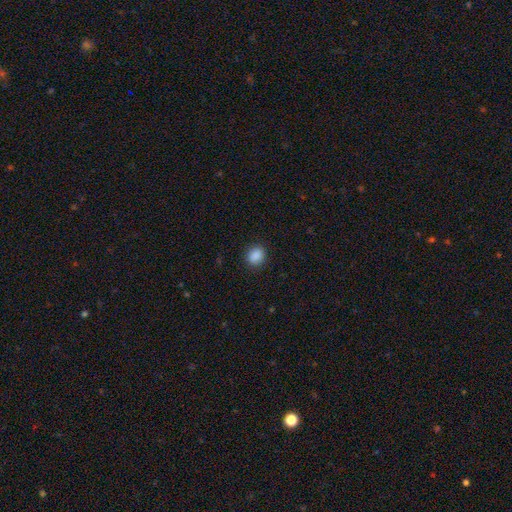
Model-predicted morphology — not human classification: Smooth or featured?
  - smooth: 89% *
  - star or artifact: 9%
  - featured or disk: 3%
How rounded?
  - round: 59% *
  - in between: 40%
  - cigar-shaped: 1%
Merging?
  - none: 88% *
  - minor disturbance: 8%
  - major disturbance: 3%
  - merger: 1%